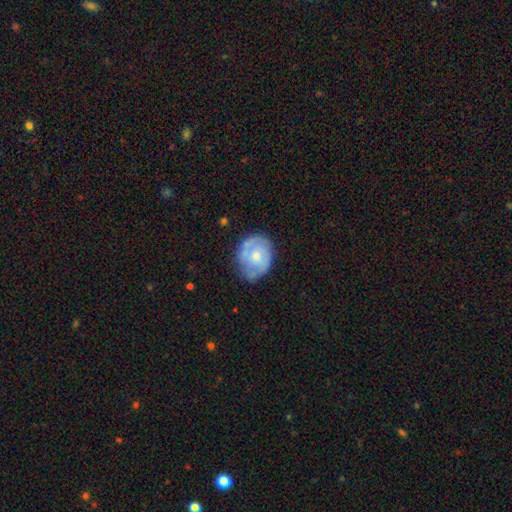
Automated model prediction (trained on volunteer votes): Smooth or featured: featured or disk — 56% (smooth — 38%)
Edge-on disk: no — 97% (yes — 3%)
Bar: no — 79% (weak — 18%)
Spiral arms: yes — 64% (no — 36%)
Bulge size: moderate — 52% (small — 41%)
Merging: none — 64% (minor disturbance — 26%)